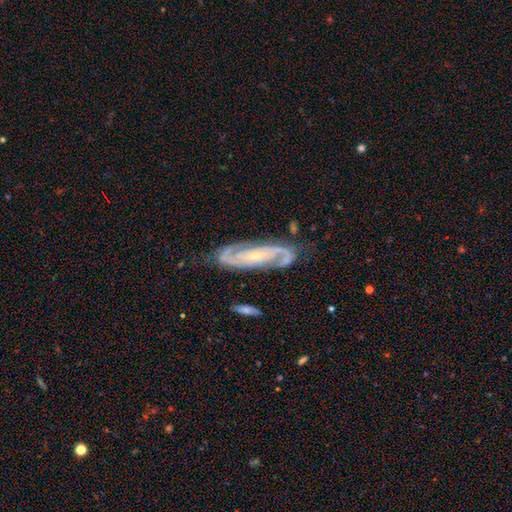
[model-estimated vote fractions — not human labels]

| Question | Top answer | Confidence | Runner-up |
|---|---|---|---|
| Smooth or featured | featured or disk | 89% | smooth (6%) |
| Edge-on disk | no | 91% | yes (9%) |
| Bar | no | 46% | weak (30%) |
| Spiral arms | yes | 98% | no (2%) |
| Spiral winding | tight | 47% | medium (43%) |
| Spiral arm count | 2 | 88% | can't tell (4%) |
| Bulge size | small | 75% | moderate (21%) |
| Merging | none | 77% | minor disturbance (16%) |